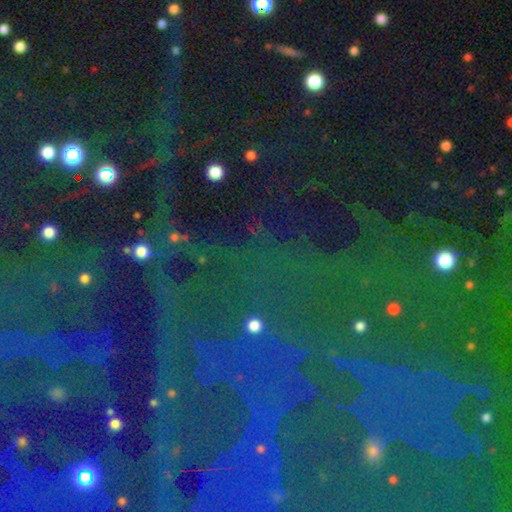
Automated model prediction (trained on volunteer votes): Smooth or featured? Predicted: star or artifact (p=0.81).